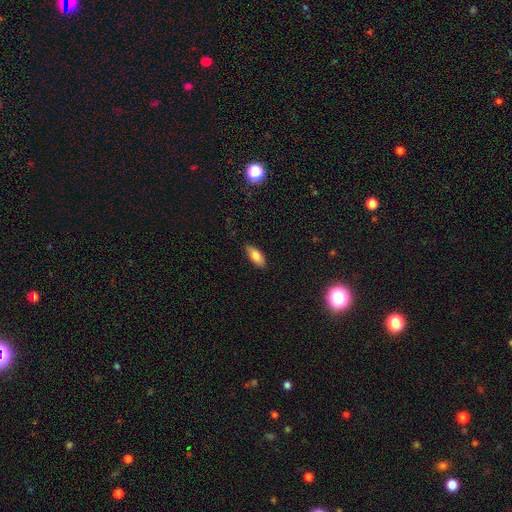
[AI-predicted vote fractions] smooth 80%, featured or disk 13%, star or artifact 7%. Down the decision tree: how rounded — in between (82%); merging — none (86%).